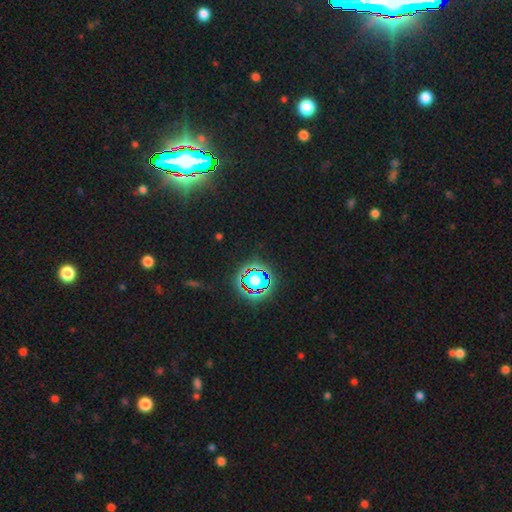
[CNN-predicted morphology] This appears to be a star or artifact, not a galaxy (80%).